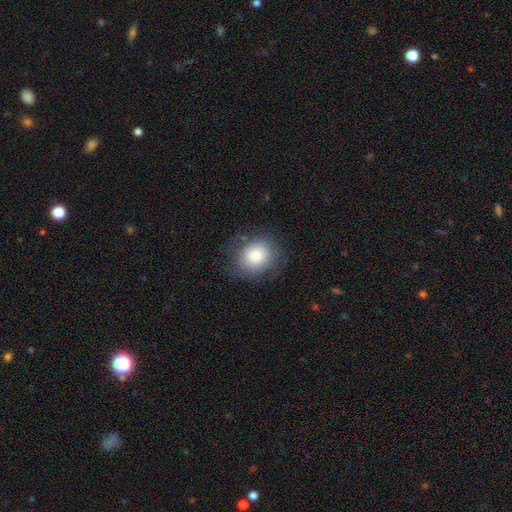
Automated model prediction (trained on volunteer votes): This is likely a smooth galaxy (79%). How rounded: likely round (73%). Merging: likely none (73%).